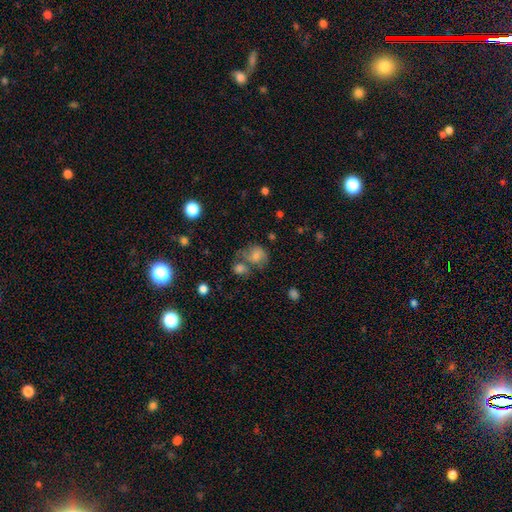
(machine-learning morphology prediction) Smooth or featured? smooth (67%)
How rounded? round (54%)
Merging? none (34%)